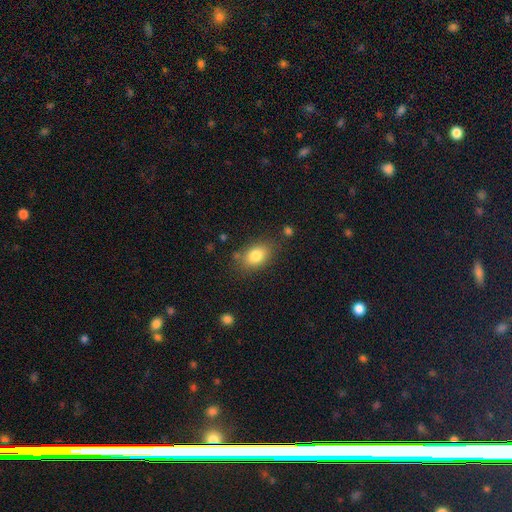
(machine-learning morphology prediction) Smooth or featured? smooth (82%)
How rounded? in between (82%)
Merging? none (78%)